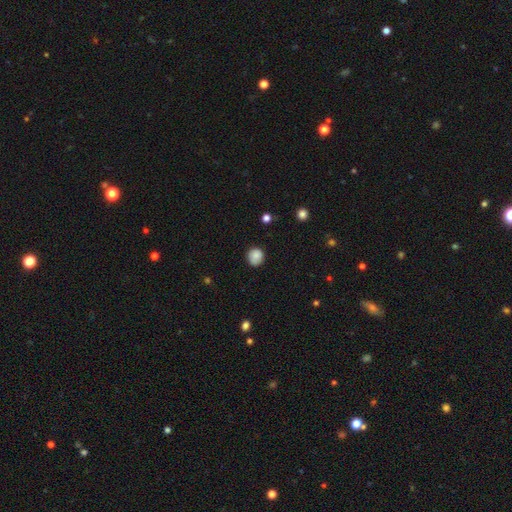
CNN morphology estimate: Smooth or featured: smooth — 84% (star or artifact — 9%)
How rounded: round — 85% (in between — 14%)
Merging: none — 81% (minor disturbance — 15%)